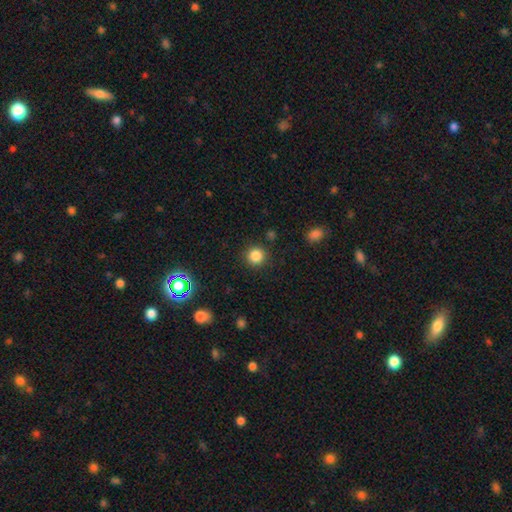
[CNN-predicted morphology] A smooth galaxy with no disk features (83%) that is round (93%).

Vote fractions:
- Smooth or featured? smooth: 83% / star or artifact: 13% / featured or disk: 4%
- How rounded? round: 93% / in between: 6% / cigar-shaped: 1%
- Merging? none: 89% / minor disturbance: 6% / major disturbance: 3% / merger: 2%